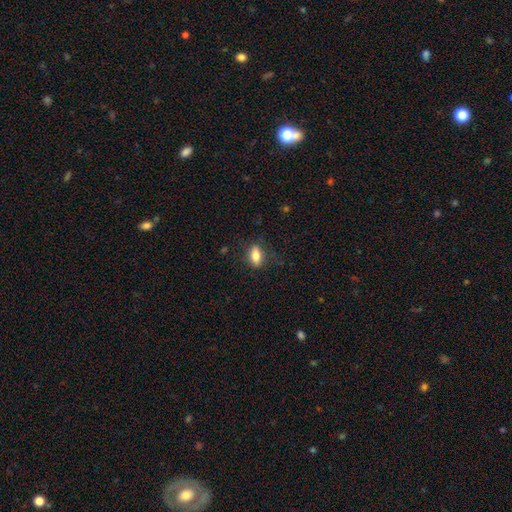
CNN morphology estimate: Overall: smooth (76%). How rounded: in between (81%). Merging: none (77%).